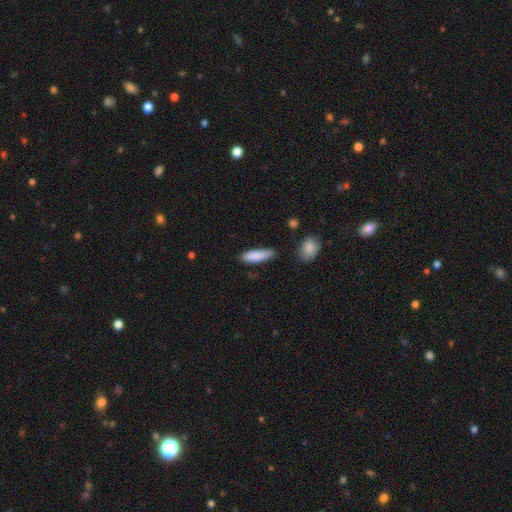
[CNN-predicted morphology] Smooth or featured?
  - smooth: 86% *
  - featured or disk: 8%
  - star or artifact: 6%
How rounded?
  - cigar-shaped: 50% *
  - in between: 48%
  - round: 2%
Merging?
  - none: 73% *
  - minor disturbance: 20%
  - major disturbance: 4%
  - merger: 3%